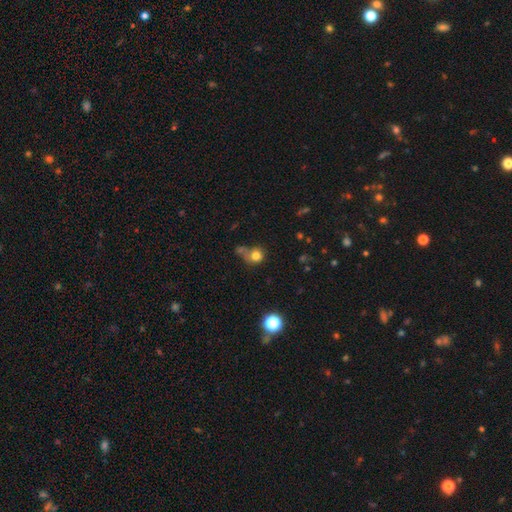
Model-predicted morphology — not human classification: Smooth or featured? smooth (77%)
How rounded? round (80%)
Merging? none (43%)